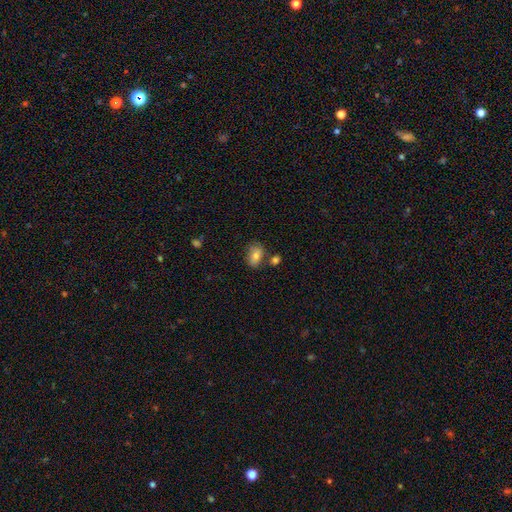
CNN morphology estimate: Overall: smooth (74%). How rounded: in between (82%). Merging: none (63%).